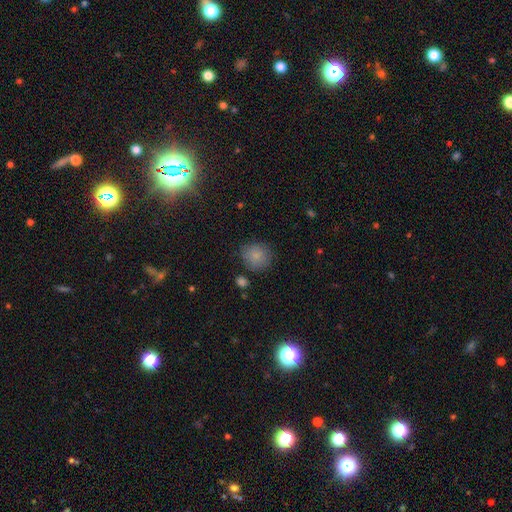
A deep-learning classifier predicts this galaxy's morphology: Overall: smooth (83%). How rounded: round (81%). Merging: none (74%).